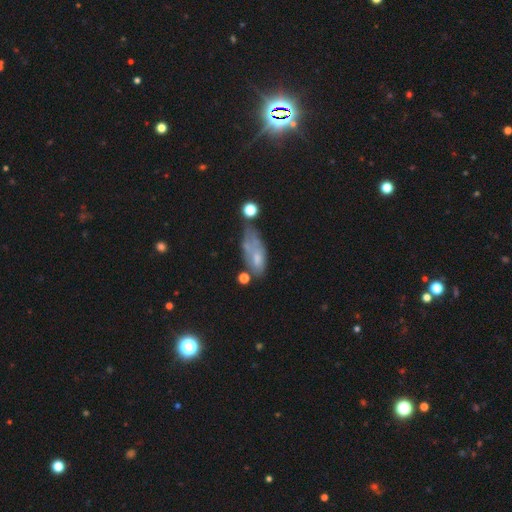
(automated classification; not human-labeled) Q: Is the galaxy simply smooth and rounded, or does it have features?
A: smooth — 49%.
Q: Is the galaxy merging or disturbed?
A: none — 33%.